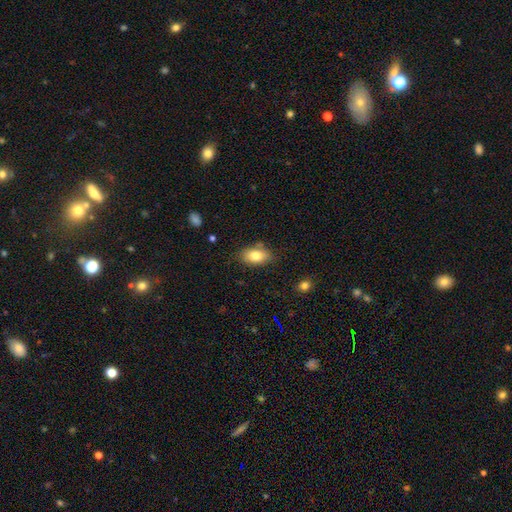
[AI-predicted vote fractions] Overall: smooth (81%). How rounded: in between (88%). Merging: none (77%).